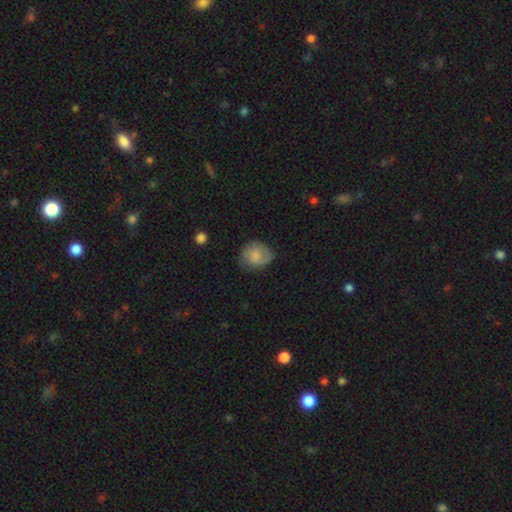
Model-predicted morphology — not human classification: smooth_or_featured: smooth (p=0.67) [alt: featured or disk p=0.26]
how_rounded: round (p=0.64) [alt: in between p=0.35]
merging: none (p=0.63) [alt: minor disturbance p=0.28]